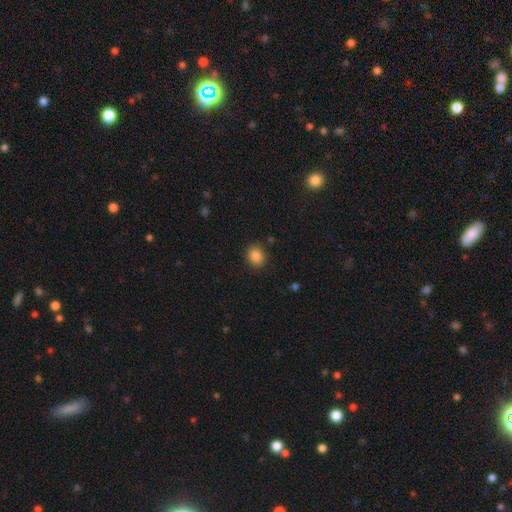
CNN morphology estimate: type=smooth (86%); roundness=round (66%); merging=none (87%).